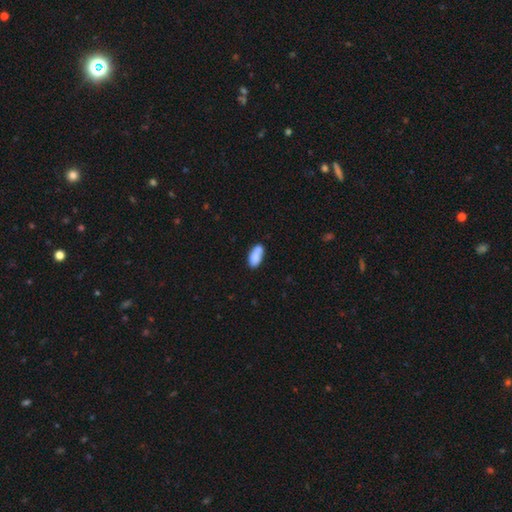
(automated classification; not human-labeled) smooth-or-featured: smooth: 79% | featured or disk: 13% | star or artifact: 8%
  how-rounded: in between: 90% | cigar-shaped: 7% | round: 4%
  merging: none: 51% | merger: 25% | minor disturbance: 18% | major disturbance: 5%